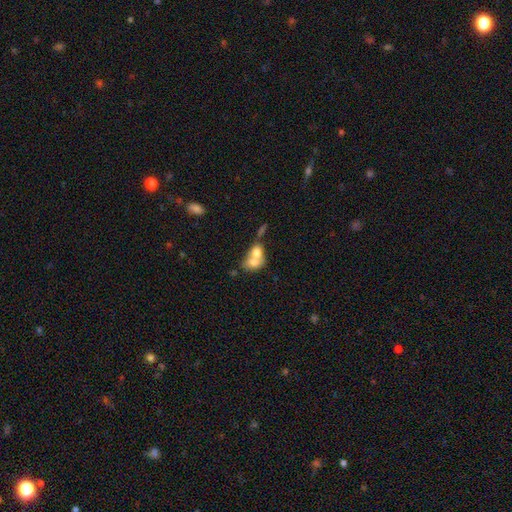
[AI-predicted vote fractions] Q: Smooth or featured?
A: smooth (69%); runner-up: featured or disk (23%)
Q: How rounded?
A: in between (55%); runner-up: round (44%)
Q: Merging?
A: merger (76%); runner-up: none (15%)